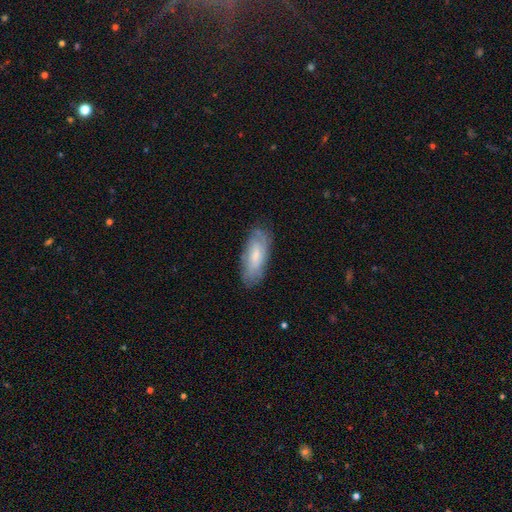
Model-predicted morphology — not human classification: Smooth or featured? smooth (53%)
How rounded? in between (75%)
Merging? none (76%)